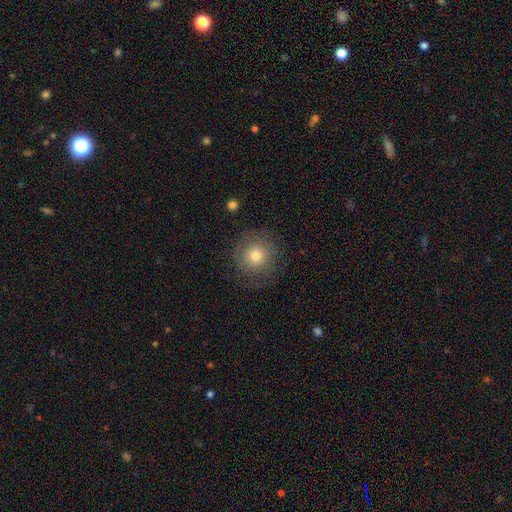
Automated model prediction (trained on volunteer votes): This appears to be a smooth galaxy with no disk features (67%) that is round (93%). Merging: none (79%).